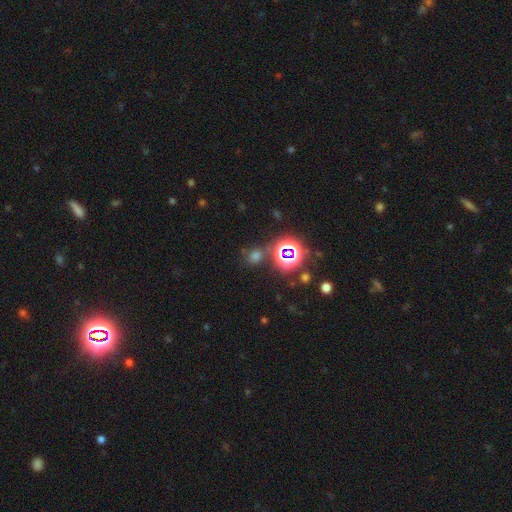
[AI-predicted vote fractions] Smooth or featured?
  - smooth: 50% *
  - star or artifact: 43%
  - featured or disk: 7%
Merging?
  - none: 74% *
  - minor disturbance: 11%
  - merger: 10%
  - major disturbance: 5%